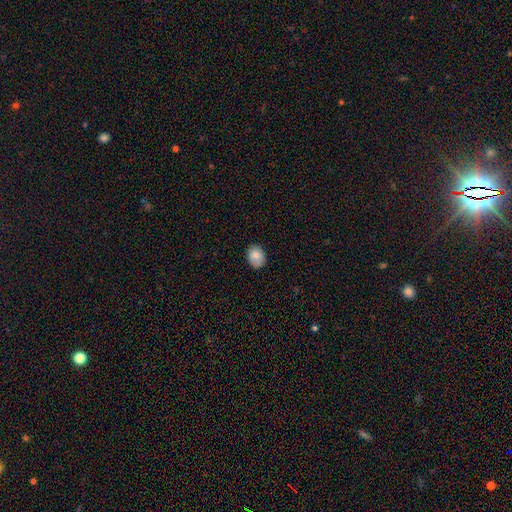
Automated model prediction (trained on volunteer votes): Morphology: type=smooth (84%); roundness=in between (64%); merging=none (81%).